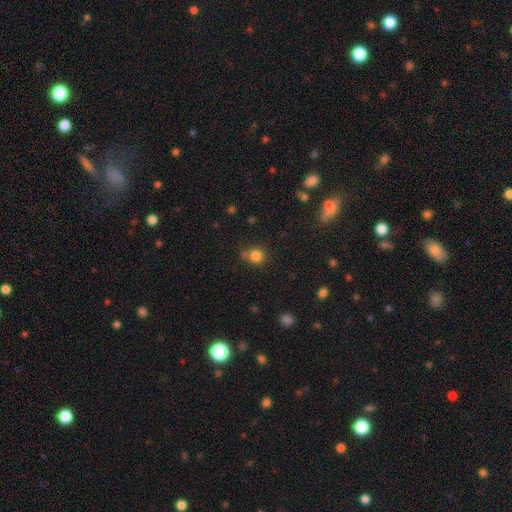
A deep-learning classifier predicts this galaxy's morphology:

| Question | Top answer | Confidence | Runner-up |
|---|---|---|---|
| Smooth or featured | smooth | 82% | star or artifact (13%) |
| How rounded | round | 84% | in between (15%) |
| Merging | none | 65% | minor disturbance (17%) |